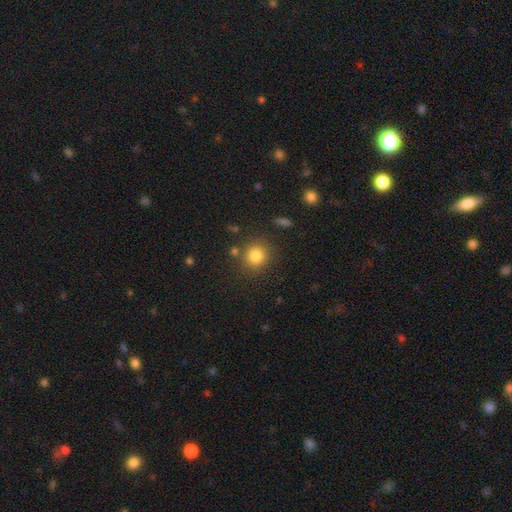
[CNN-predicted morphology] This is clearly a smooth galaxy (82%). How rounded: clearly round (88%). Merging: clearly none (83%).